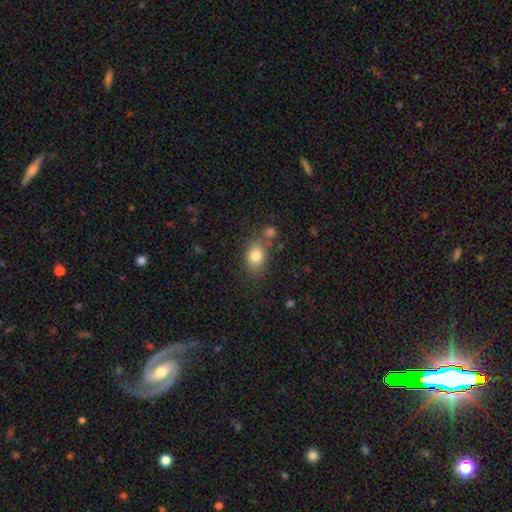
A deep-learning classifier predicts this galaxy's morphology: type=smooth (81%); roundness=in between (68%); merging=none (68%).